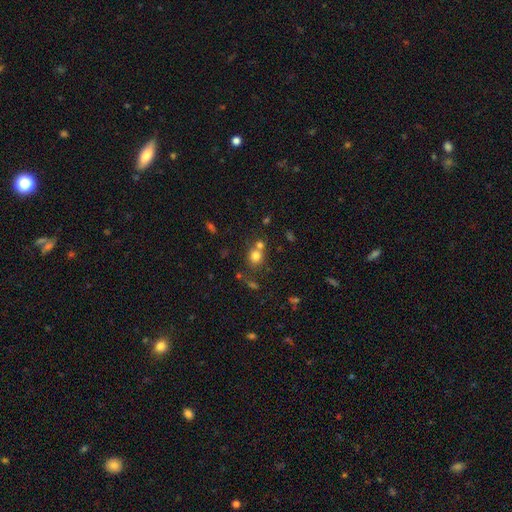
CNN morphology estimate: A smooth galaxy with no disk features (74%) that is round (80%).

Vote fractions:
- Smooth or featured? smooth: 74% / star or artifact: 15% / featured or disk: 11%
- How rounded? round: 80% / in between: 19% / cigar-shaped: 1%
- Merging? none: 55% / merger: 31% / minor disturbance: 9% / major disturbance: 4%